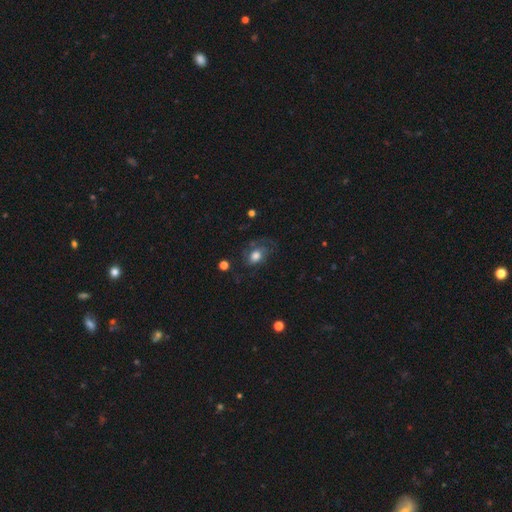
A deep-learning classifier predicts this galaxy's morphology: This appears to be a smooth galaxy with no disk features (51%) that is in between round and cigar-shaped (68%). Merging: none (52%).